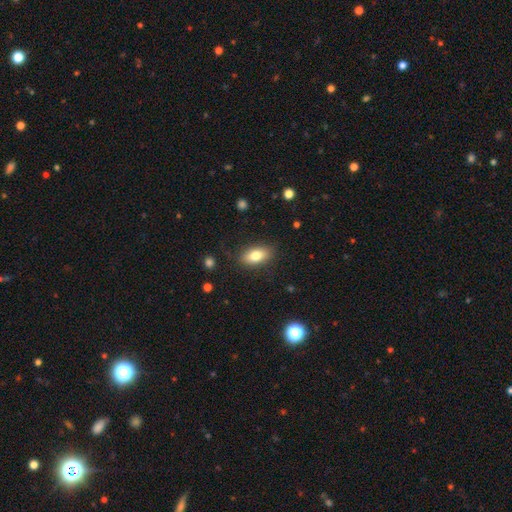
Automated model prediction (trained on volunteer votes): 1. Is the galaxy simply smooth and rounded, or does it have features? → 78% smooth, 14% featured or disk, 8% star or artifact.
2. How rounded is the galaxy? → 87% in between, 6% cigar-shaped, 6% round.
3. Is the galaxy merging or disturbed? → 84% none, 11% minor disturbance, 3% major disturbance, 1% merger.